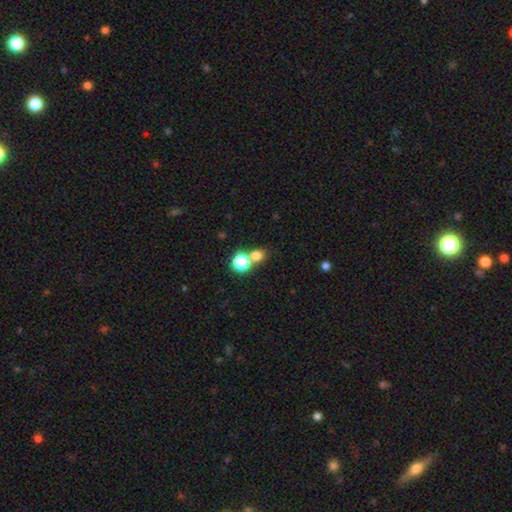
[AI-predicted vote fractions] This is likely a smooth galaxy (70%). How rounded: likely round (76%). Merging: possibly none (59%).